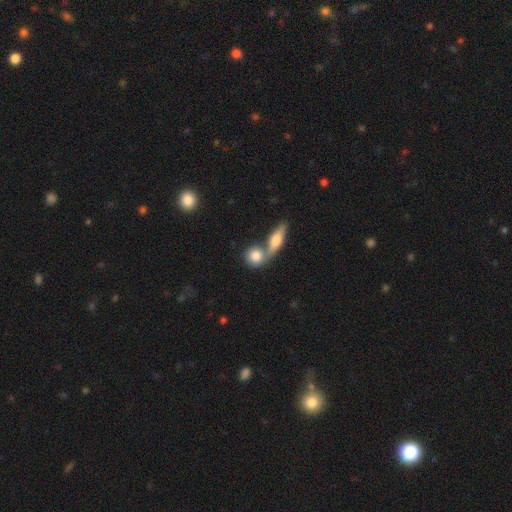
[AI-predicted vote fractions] Overall: smooth (78%). How rounded: round (71%). Merging: merger (52%; none 38%).